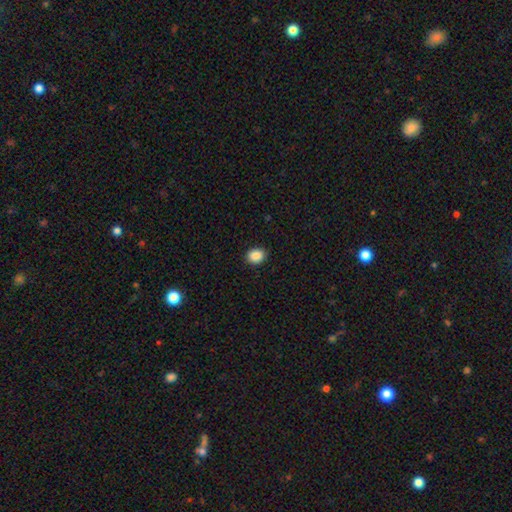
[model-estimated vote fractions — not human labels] Smooth or featured: smooth — 88% (star or artifact — 9%)
How rounded: round — 60% (in between — 39%)
Merging: none — 91% (minor disturbance — 6%)